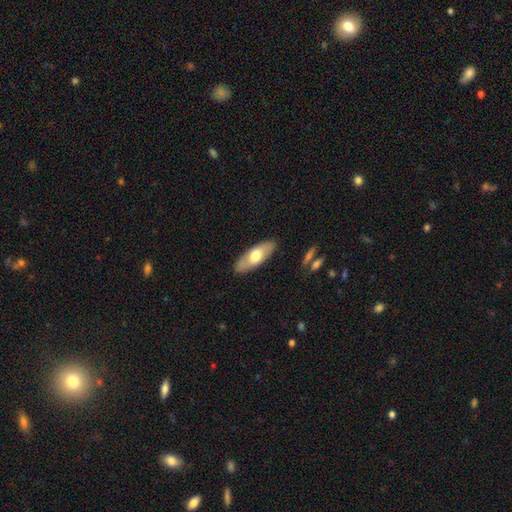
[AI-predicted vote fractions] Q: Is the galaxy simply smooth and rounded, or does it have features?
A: smooth — 60%.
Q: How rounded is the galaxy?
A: in between — 73%.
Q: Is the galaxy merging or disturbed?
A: none — 87%.